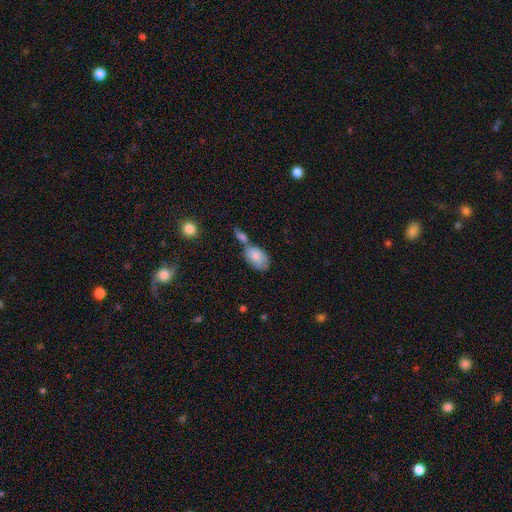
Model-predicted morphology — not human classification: The model was most divided on "merging": merger: 39%, none: 37%, minor disturbance: 17%, major disturbance: 7%. More confident: how rounded — in between (92%); smooth or featured — smooth (82%).